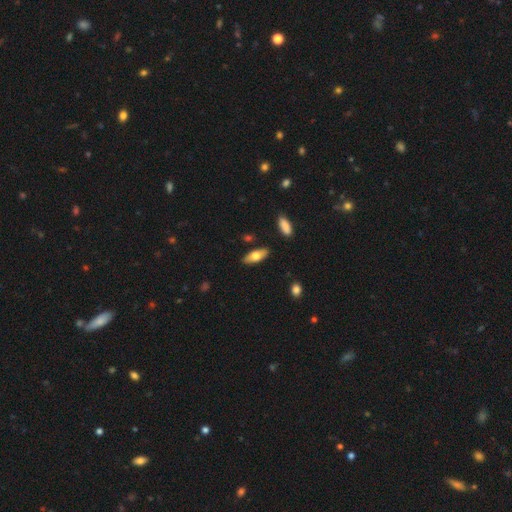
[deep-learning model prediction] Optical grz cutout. It shows a smooth galaxy with no disk features (67%) that is in between round and cigar-shaped (73%). Merging: none (85%).